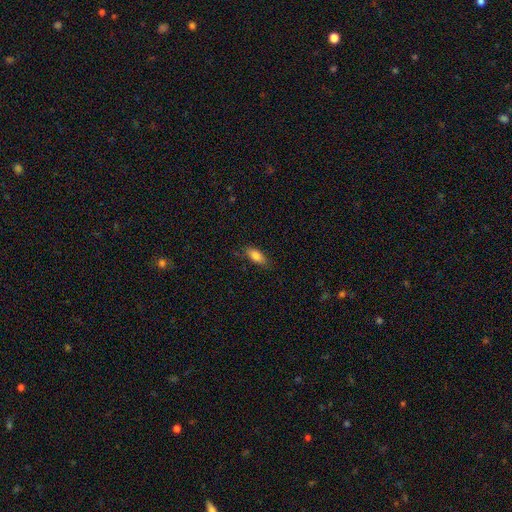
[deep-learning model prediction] The model was most divided on "merging": none: 79%, minor disturbance: 16%, major disturbance: 3%, merger: 1%. More confident: smooth or featured — smooth (84%); how rounded — in between (81%).